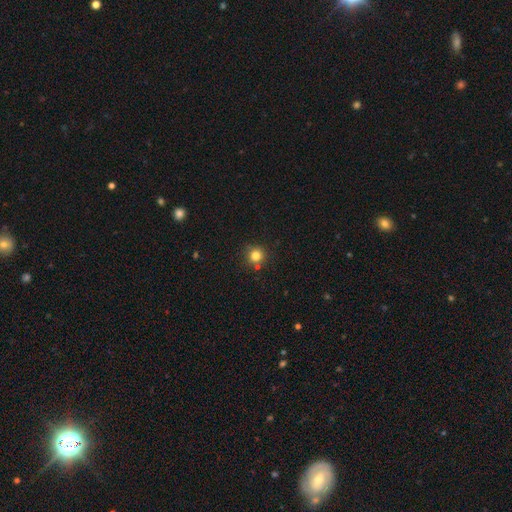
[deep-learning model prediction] Smooth or featured? smooth (81%)
How rounded? round (93%)
Merging? none (81%)